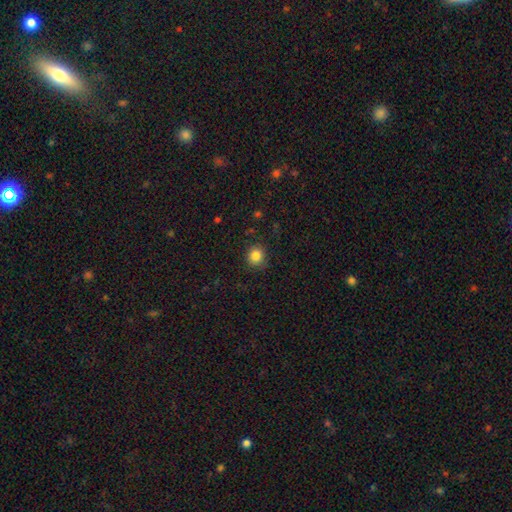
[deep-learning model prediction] smooth_or_featured: smooth (p=0.84) [alt: star or artifact p=0.11]
how_rounded: round (p=0.89) [alt: in between p=0.11]
merging: none (p=0.85) [alt: minor disturbance p=0.11]